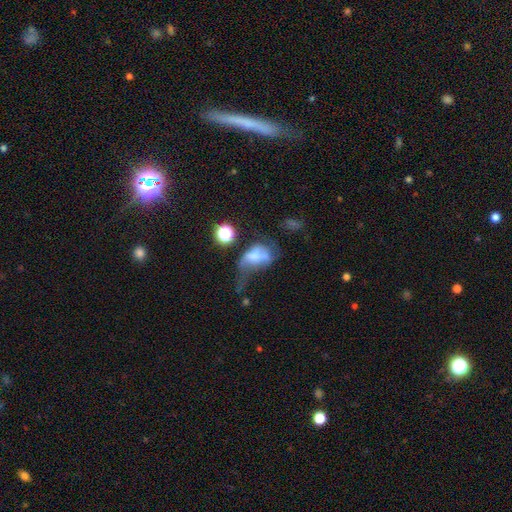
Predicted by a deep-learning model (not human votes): This appears to be a smooth galaxy with no disk features (46%). Merging: major disturbance (52%).